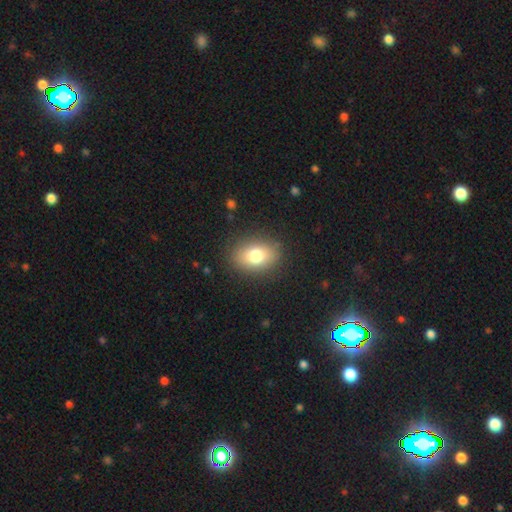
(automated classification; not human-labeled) A smooth galaxy with no disk features (77%) that is in between round and cigar-shaped (74%).

Vote fractions:
- Smooth or featured? smooth: 77% / featured or disk: 13% / star or artifact: 10%
- How rounded? in between: 74% / round: 25% / cigar-shaped: 1%
- Merging? none: 86% / minor disturbance: 10% / major disturbance: 3% / merger: 1%